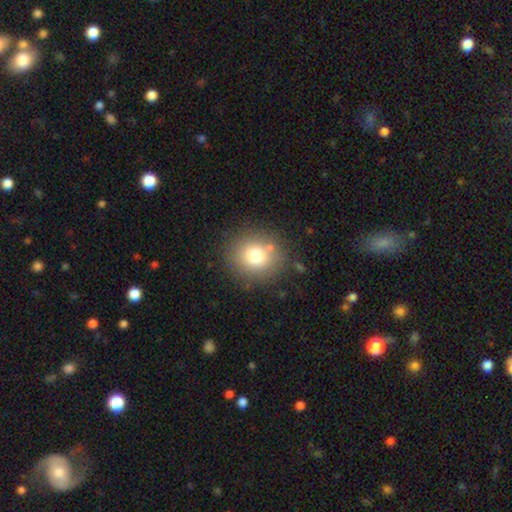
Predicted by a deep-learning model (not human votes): smooth_or_featured: smooth (p=0.76) [alt: star or artifact p=0.12]
how_rounded: round (p=0.85) [alt: in between p=0.14]
merging: none (p=0.82) [alt: minor disturbance p=0.10]